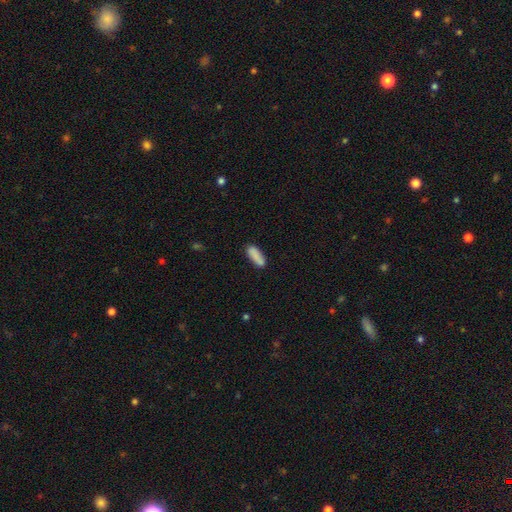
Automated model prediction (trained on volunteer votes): smooth 84%, featured or disk 9%, star or artifact 7%. Down the decision tree: how rounded — in between (61%); merging — none (75%).